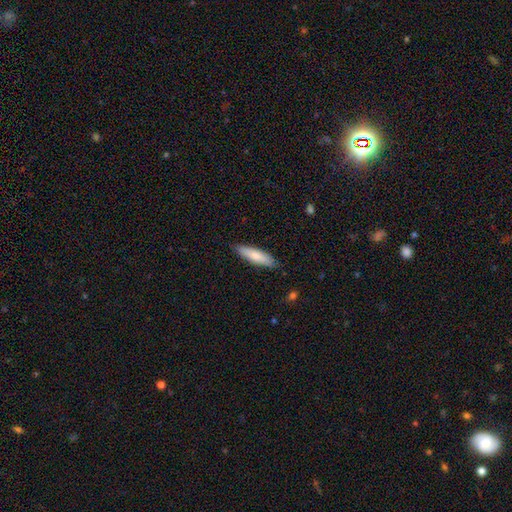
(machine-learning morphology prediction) This appears to be a smooth galaxy with no disk features (78%) that is cigar-shaped (68%). Merging: none (86%).